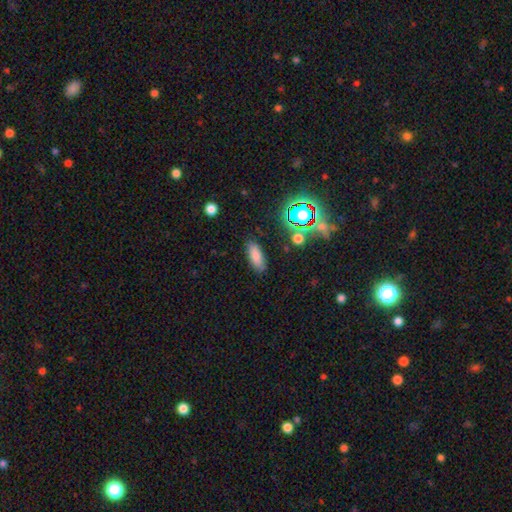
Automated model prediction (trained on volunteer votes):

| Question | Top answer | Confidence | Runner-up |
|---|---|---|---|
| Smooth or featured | smooth | 78% | star or artifact (12%) |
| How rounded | in between | 72% | cigar-shaped (25%) |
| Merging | none | 85% | minor disturbance (10%) |